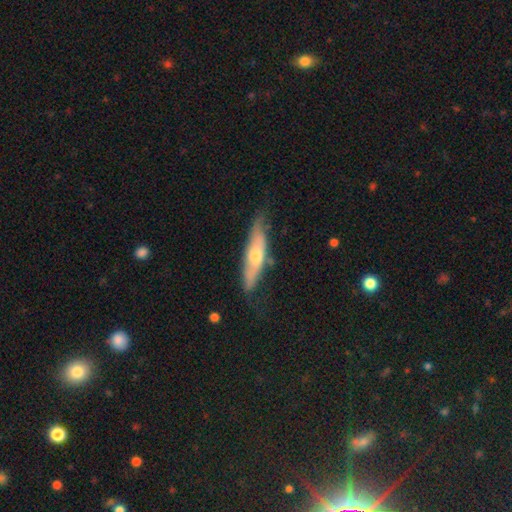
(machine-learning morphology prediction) This is possibly a featured or disk galaxy (52%). It is likely viewed edge-on (63%). Merging: likely none (65%).